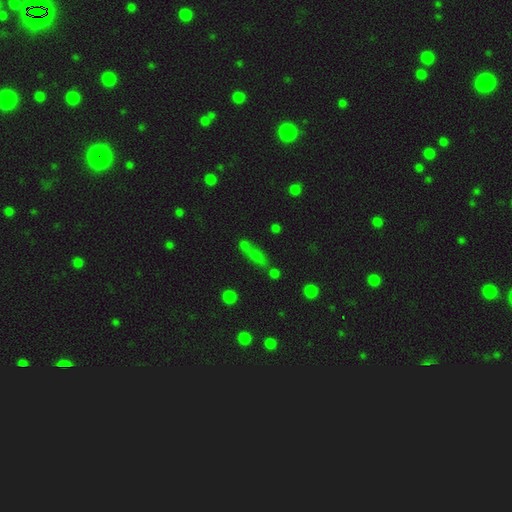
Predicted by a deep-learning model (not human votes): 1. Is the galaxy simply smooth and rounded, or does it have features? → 65% smooth, 19% star or artifact, 16% featured or disk.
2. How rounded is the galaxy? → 46% in between, 45% cigar-shaped, 9% round.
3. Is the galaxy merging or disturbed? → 51% none, 21% merger, 18% minor disturbance, 10% major disturbance.